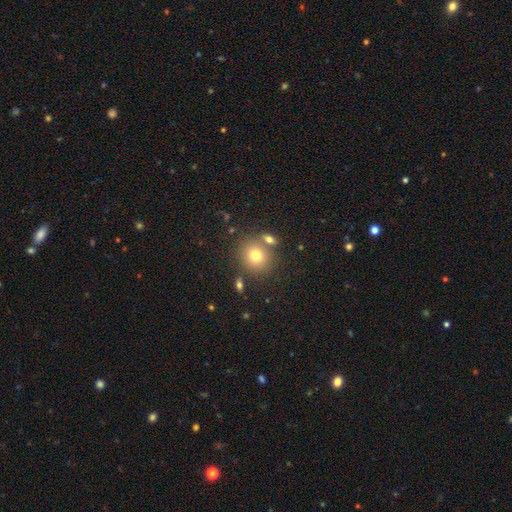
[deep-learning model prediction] Morphology: type=smooth (77%); roundness=round (81%); merging=none (69%).